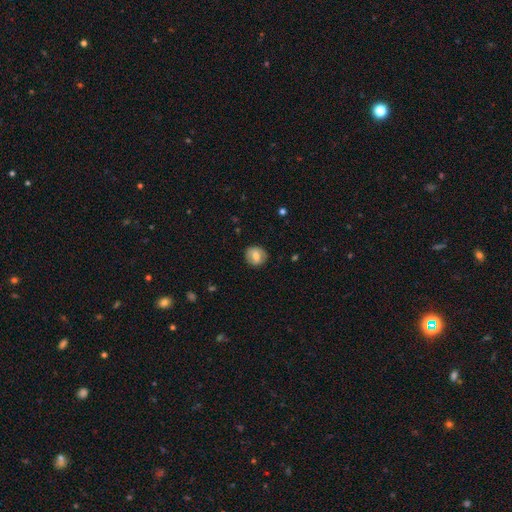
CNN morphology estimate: Smooth or featured? Predicted: smooth (p=0.63). How rounded? Predicted: round (p=0.81). Merging? Predicted: none (p=0.85).